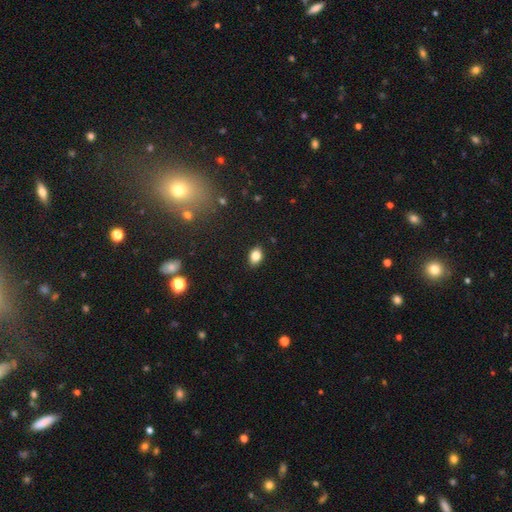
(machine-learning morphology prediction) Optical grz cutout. It shows a smooth galaxy with no disk features (84%) that is in between round and cigar-shaped (80%). Merging: none (87%).